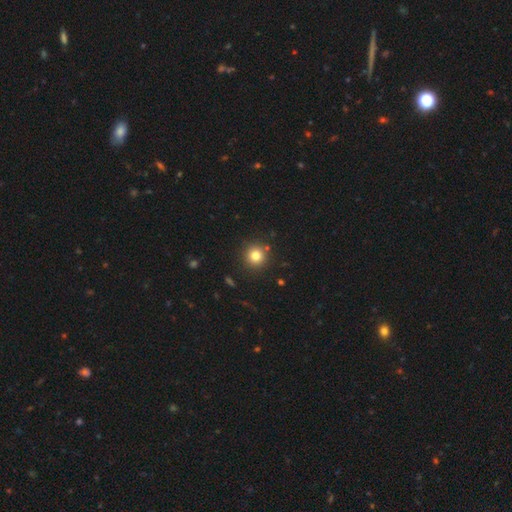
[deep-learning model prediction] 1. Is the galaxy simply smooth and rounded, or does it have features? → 80% smooth, 13% star or artifact, 7% featured or disk.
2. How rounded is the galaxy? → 95% round, 4% in between, 1% cigar-shaped.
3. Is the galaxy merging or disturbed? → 89% none, 6% minor disturbance, 2% merger, 2% major disturbance.